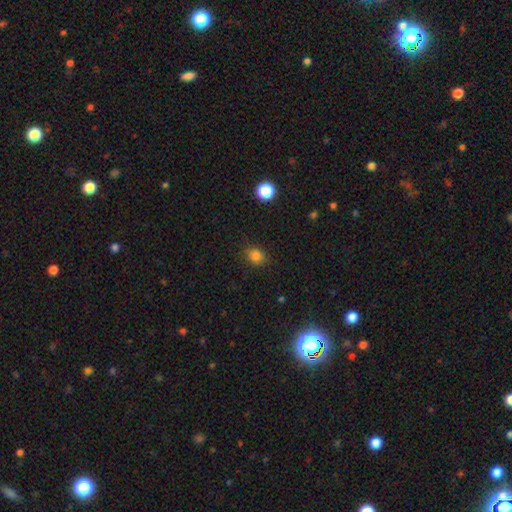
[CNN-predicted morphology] Smooth or featured: smooth — 82% (star or artifact — 13%)
How rounded: round — 60% (in between — 39%)
Merging: none — 84% (minor disturbance — 12%)